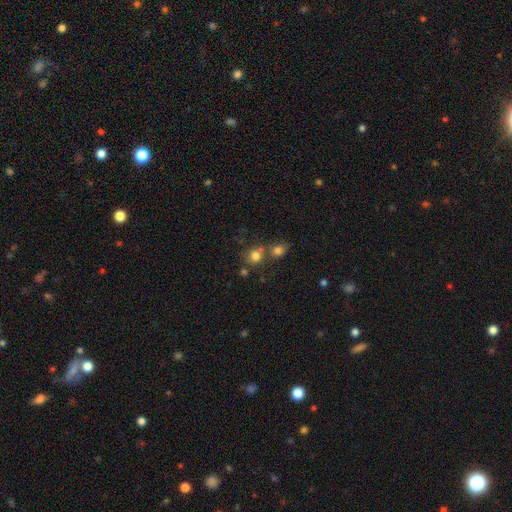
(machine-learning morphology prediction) A smooth galaxy with no disk features (77%) that is round (83%). Merging: none (51%).